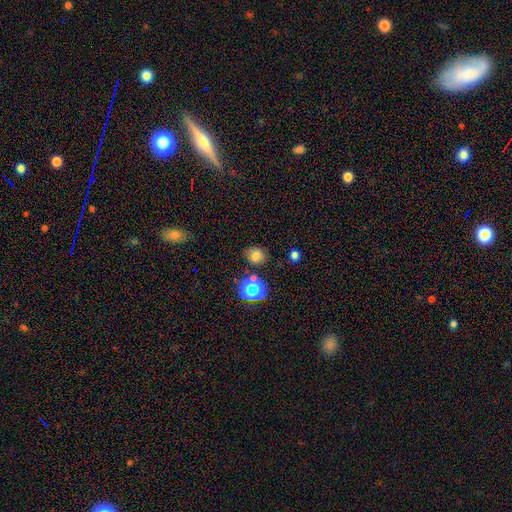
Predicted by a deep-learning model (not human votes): A smooth galaxy with no disk features (72%) that is round (73%).

Vote fractions:
- Smooth or featured? smooth: 72% / star or artifact: 22% / featured or disk: 6%
- How rounded? round: 73% / in between: 26% / cigar-shaped: 1%
- Merging? none: 81% / minor disturbance: 11% / merger: 5% / major disturbance: 4%